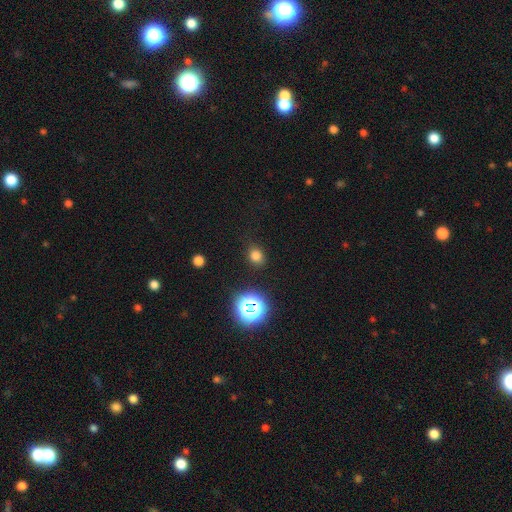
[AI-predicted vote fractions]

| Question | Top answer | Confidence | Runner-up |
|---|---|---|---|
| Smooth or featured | smooth | 74% | star or artifact (20%) |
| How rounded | round | 61% | in between (38%) |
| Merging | none | 83% | minor disturbance (12%) |